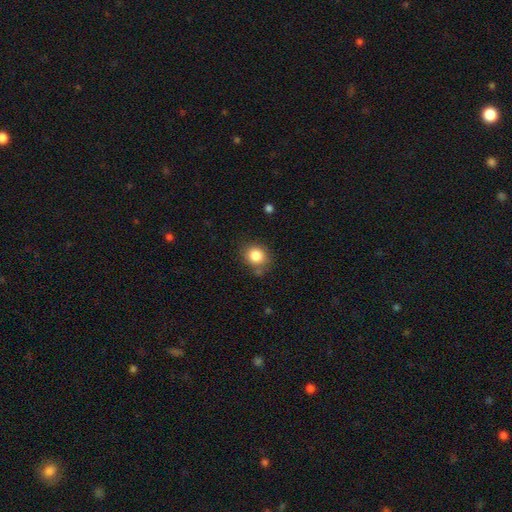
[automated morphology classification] Smooth or featured? Predicted: smooth (p=0.85). How rounded? Predicted: round (p=0.71). Merging? Predicted: none (p=0.74).